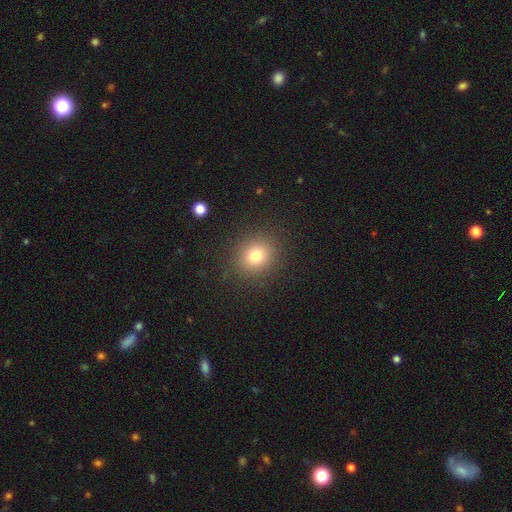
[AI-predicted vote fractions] Smooth or featured?
  - smooth: 76% *
  - star or artifact: 15%
  - featured or disk: 9%
How rounded?
  - round: 83% *
  - in between: 16%
  - cigar-shaped: 1%
Merging?
  - none: 88% *
  - minor disturbance: 7%
  - major disturbance: 3%
  - merger: 1%